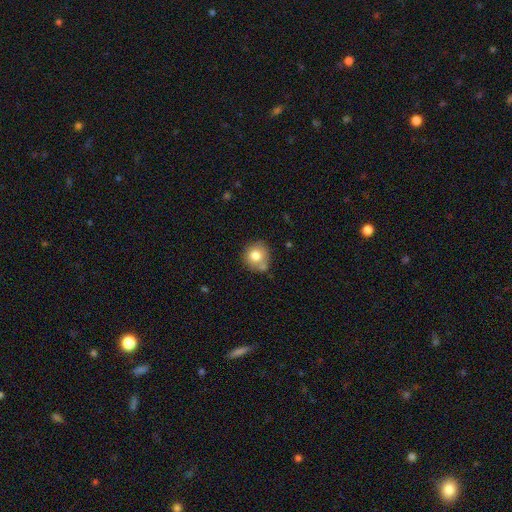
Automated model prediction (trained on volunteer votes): A smooth galaxy with no disk features (77%) that is round (83%). Merging: none (62%).